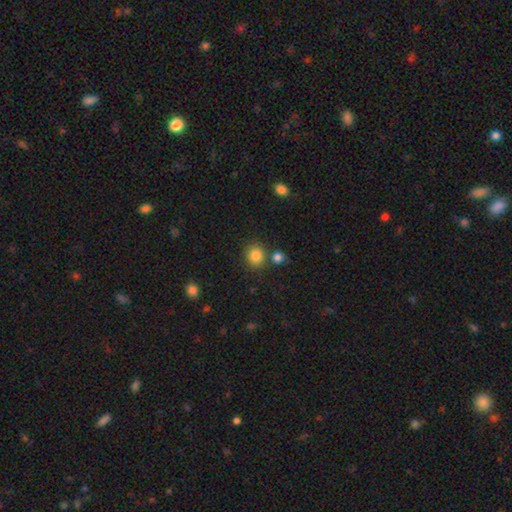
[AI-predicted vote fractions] Q: Smooth or featured?
A: smooth (85%); runner-up: star or artifact (11%)
Q: How rounded?
A: round (84%); runner-up: in between (15%)
Q: Merging?
A: none (76%); runner-up: merger (11%)